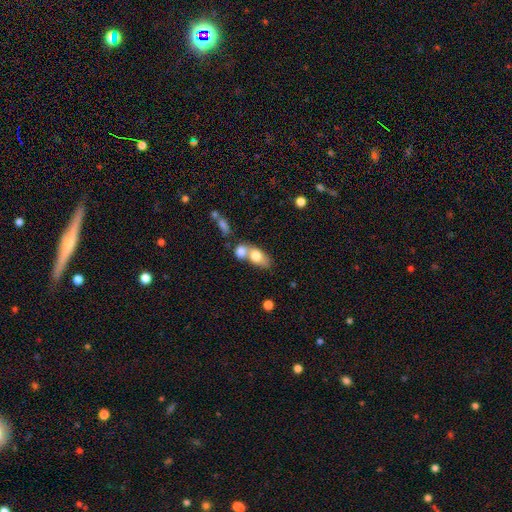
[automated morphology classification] Overall: smooth (75%). How rounded: in between (74%). Merging: merger (67%).